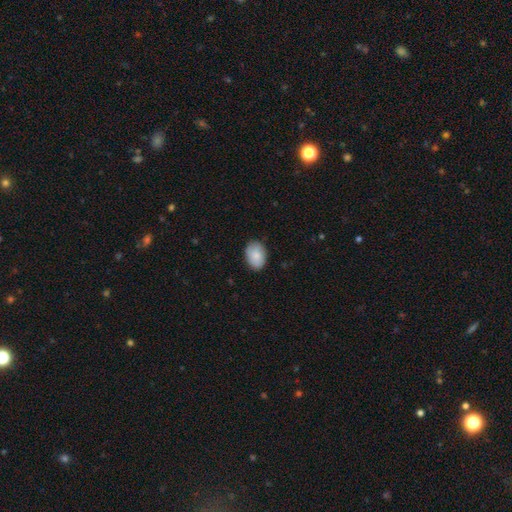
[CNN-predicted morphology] Smooth or featured? smooth (85%)
How rounded? in between (83%)
Merging? none (84%)